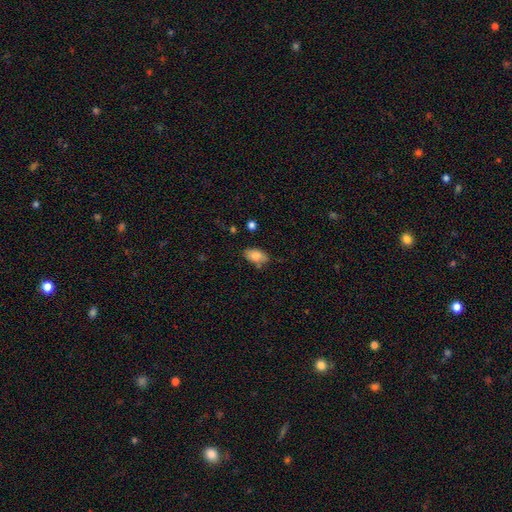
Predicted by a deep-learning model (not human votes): This appears to be a smooth galaxy with no disk features (82%) that is in between round and cigar-shaped (92%). Merging: none (70%).